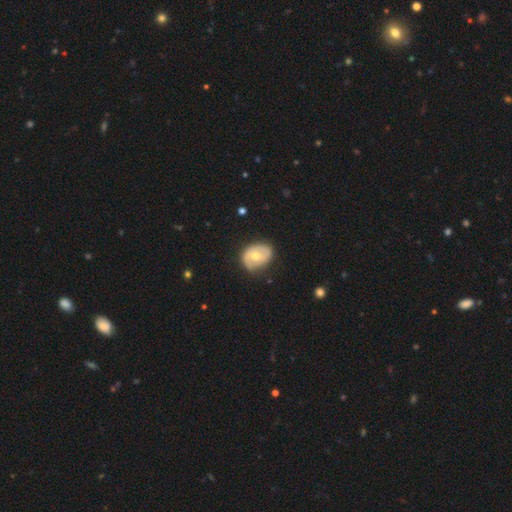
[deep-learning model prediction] Morphology: type=featured or disk (58%); edge-on=no (96%); bar=no (64%); spiral arms=yes (67%); bulge=moderate (66%); merging=none (68%).